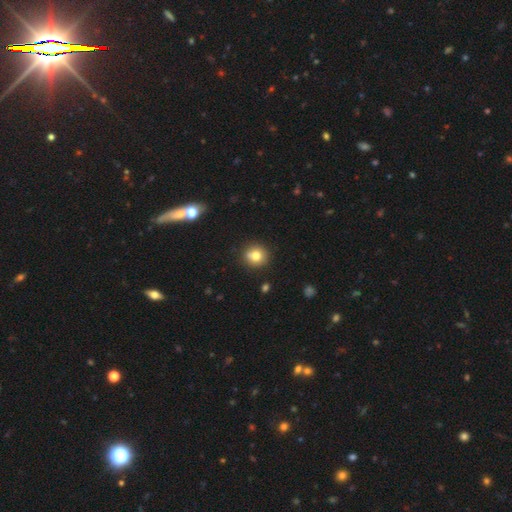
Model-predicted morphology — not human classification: This is likely a smooth galaxy (77%). How rounded: clearly round (88%). Merging: likely none (79%).